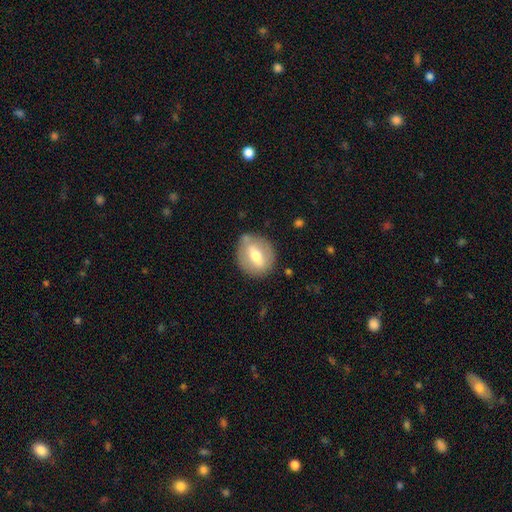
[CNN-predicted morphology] smooth_or_featured: smooth (p=0.48) [alt: featured or disk p=0.45]
merging: none (p=0.78) [alt: minor disturbance p=0.15]